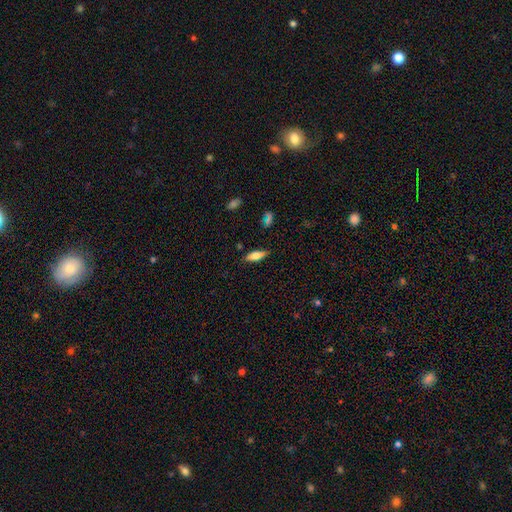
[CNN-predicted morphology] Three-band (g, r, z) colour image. It shows a smooth galaxy with no disk features (68%) that is in between round and cigar-shaped (65%). Merging: none (84%).